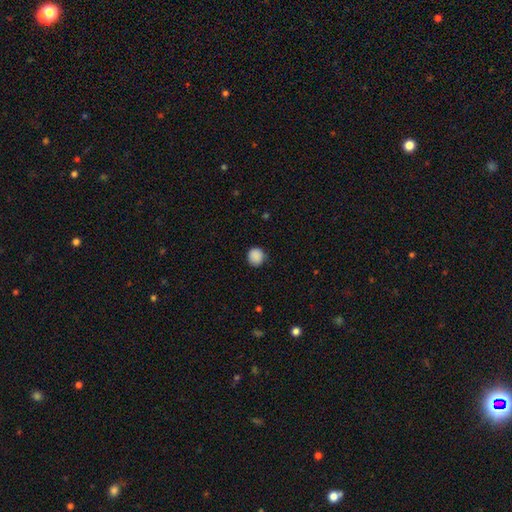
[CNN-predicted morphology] Smooth or featured: smooth — 88% (star or artifact — 9%)
How rounded: round — 90% (in between — 9%)
Merging: none — 86% (minor disturbance — 10%)